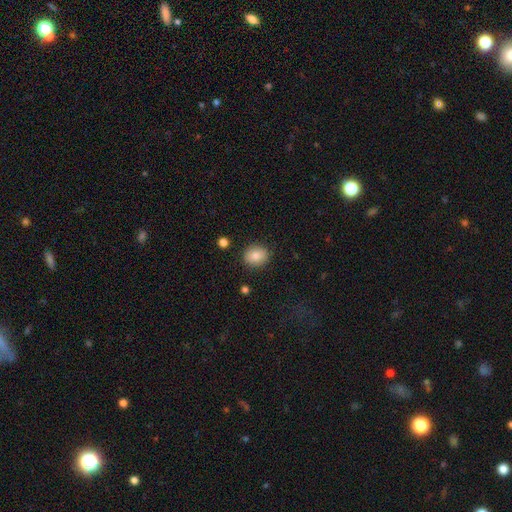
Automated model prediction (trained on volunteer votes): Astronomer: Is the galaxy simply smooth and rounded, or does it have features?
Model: smooth — 84%.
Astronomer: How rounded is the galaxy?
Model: round — 68%.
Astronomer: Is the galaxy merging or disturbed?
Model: none — 88%.